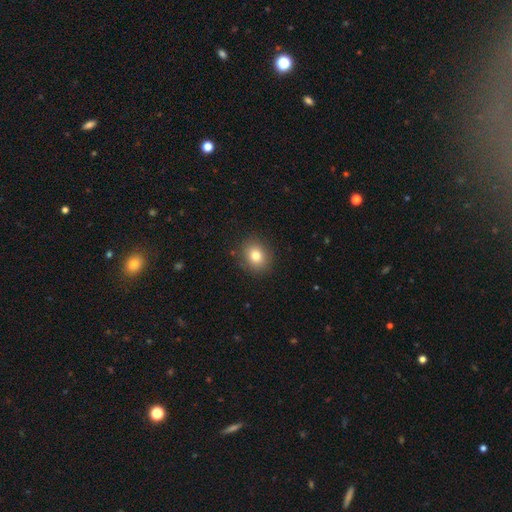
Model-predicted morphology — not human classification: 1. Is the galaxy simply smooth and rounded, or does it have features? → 80% smooth, 11% star or artifact, 9% featured or disk.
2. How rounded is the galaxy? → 67% round, 32% in between, 1% cigar-shaped.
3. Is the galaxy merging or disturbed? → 88% none, 8% minor disturbance, 3% major disturbance, 1% merger.